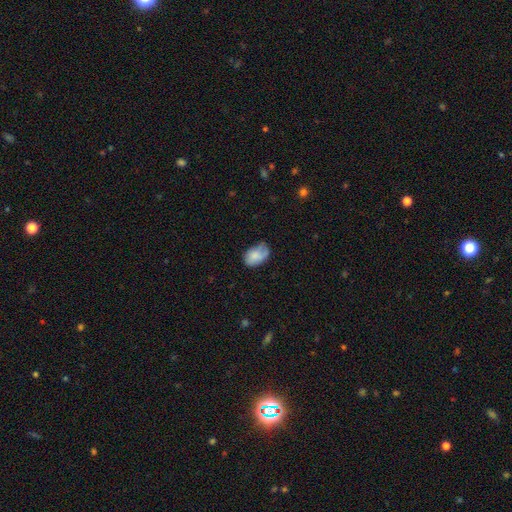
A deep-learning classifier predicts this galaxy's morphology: Smooth or featured? Predicted: smooth (p=0.76). How rounded? Predicted: in between (p=0.87). Merging? Predicted: none (p=0.50).